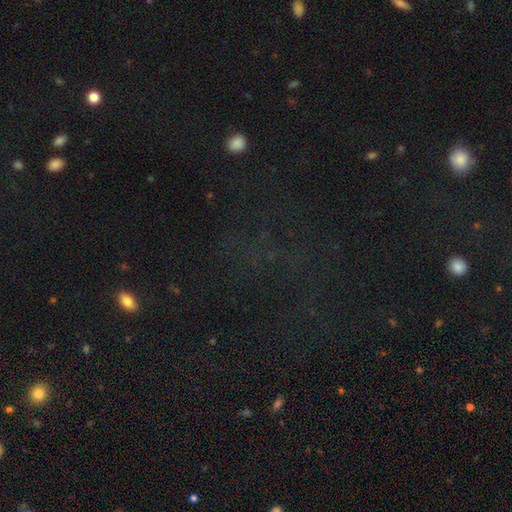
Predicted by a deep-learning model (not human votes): A star or artifact, not a galaxy (66%).